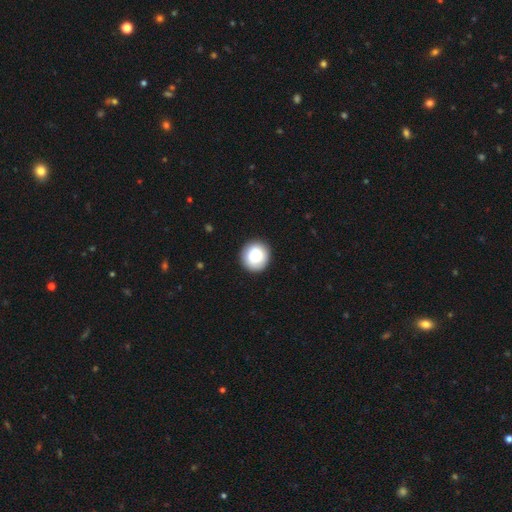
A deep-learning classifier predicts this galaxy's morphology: This appears to be a smooth galaxy with no disk features (84%) that is round (93%). Merging: none (91%).